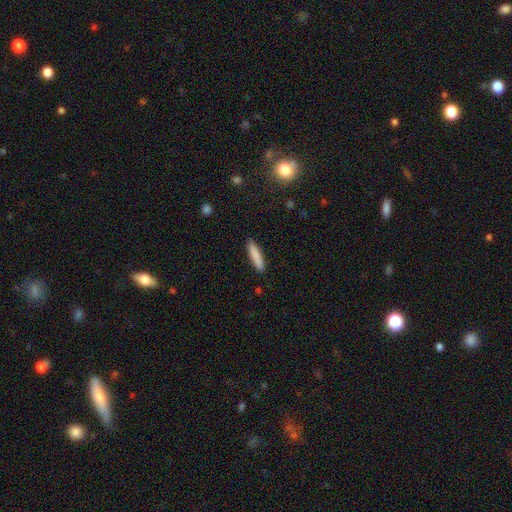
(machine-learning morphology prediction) type=smooth (86%); roundness=cigar-shaped (84%); merging=none (90%).